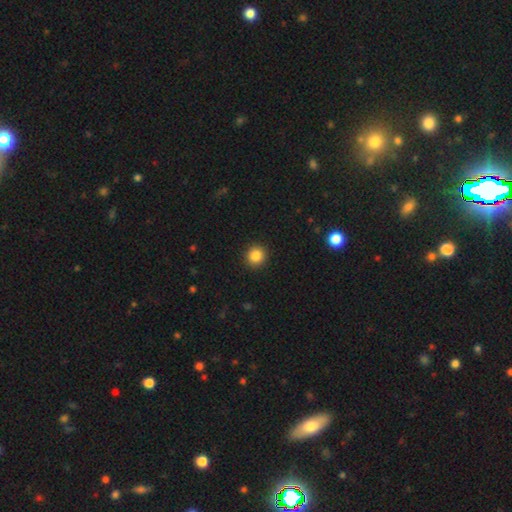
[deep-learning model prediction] This is clearly a smooth galaxy (86%). How rounded: clearly round (93%). Merging: clearly none (92%).